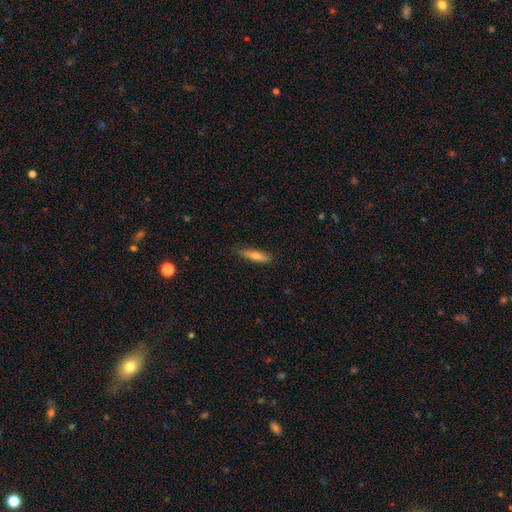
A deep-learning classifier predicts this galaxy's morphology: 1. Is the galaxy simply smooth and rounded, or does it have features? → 63% smooth, 30% featured or disk, 7% star or artifact.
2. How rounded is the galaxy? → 80% cigar-shaped, 18% in between, 2% round.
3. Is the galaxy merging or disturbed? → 85% none, 12% minor disturbance, 2% major disturbance, 1% merger.